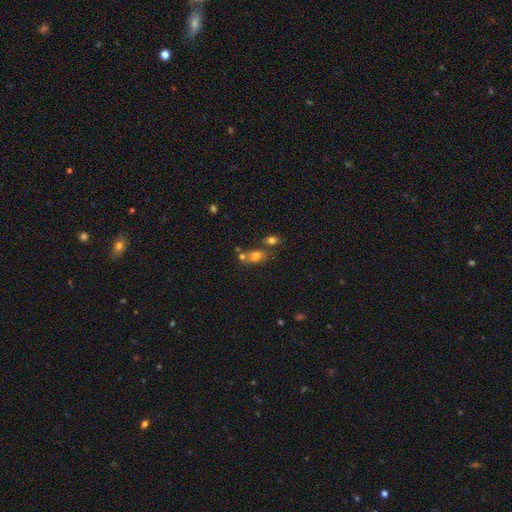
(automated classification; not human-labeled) smooth_or_featured: smooth (p=0.67) [alt: featured or disk p=0.17]
how_rounded: in between (p=0.67) [alt: round p=0.29]
merging: merger (p=0.41) [alt: none p=0.39]